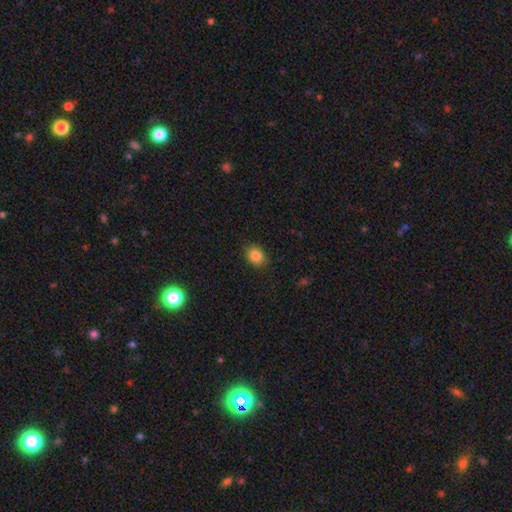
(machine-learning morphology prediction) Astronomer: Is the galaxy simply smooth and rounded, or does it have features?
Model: smooth — 86%.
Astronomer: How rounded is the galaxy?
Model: in between — 50% (runner-up: round, 49%).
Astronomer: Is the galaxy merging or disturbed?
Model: none — 86%.